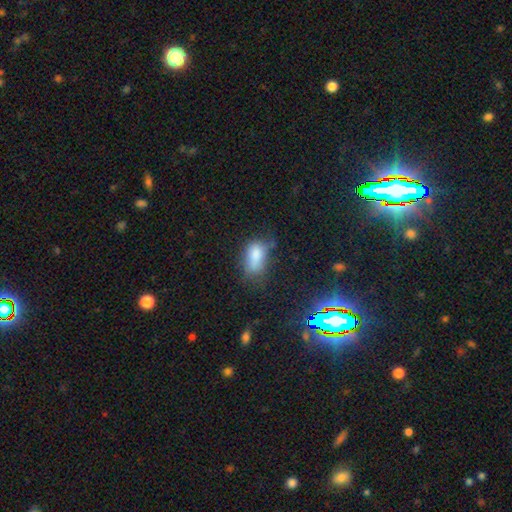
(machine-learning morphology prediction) A smooth galaxy with no disk features (76%) that is in between round and cigar-shaped (87%). Merging: none (39%).